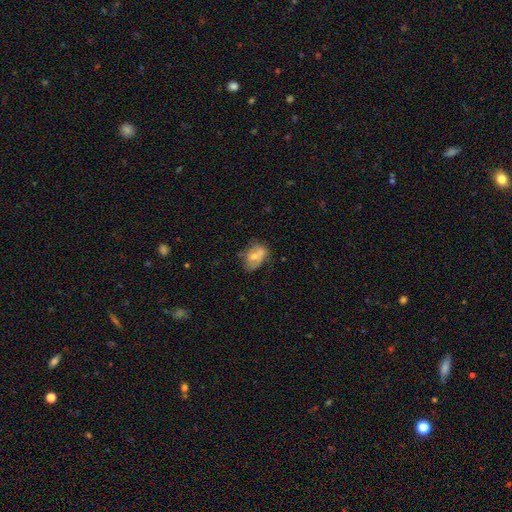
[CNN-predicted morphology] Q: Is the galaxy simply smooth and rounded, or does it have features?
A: smooth — 57%.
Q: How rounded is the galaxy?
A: in between — 76%.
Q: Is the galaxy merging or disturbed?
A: none — 43%.